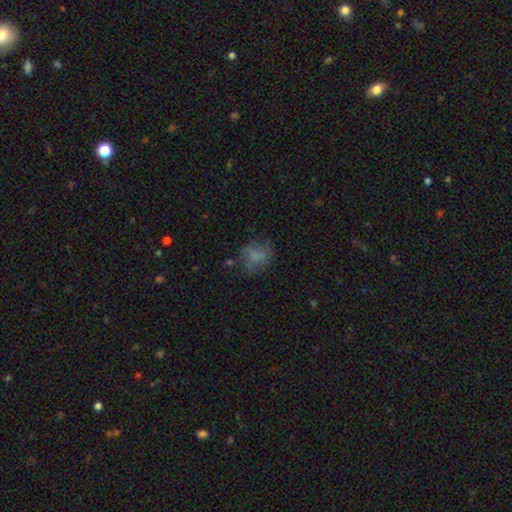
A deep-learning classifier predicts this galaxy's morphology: Smooth or featured? Predicted: smooth (p=0.66). How rounded? Predicted: round (p=0.54). Merging? Predicted: none (p=0.57).